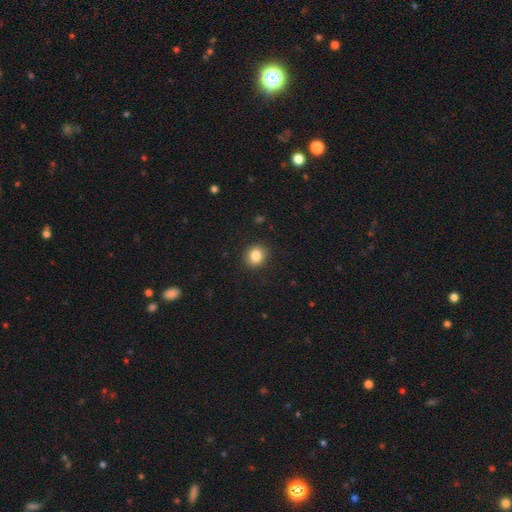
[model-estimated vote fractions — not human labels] Smooth or featured? smooth (84%)
How rounded? round (81%)
Merging? none (91%)